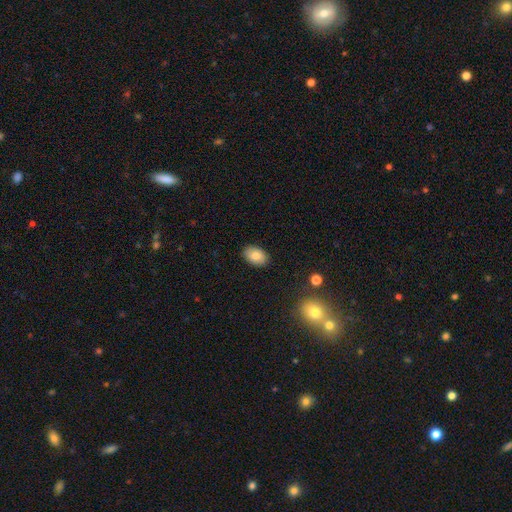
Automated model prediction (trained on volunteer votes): smooth 84%, featured or disk 9%, star or artifact 8%. Down the decision tree: how rounded — in between (88%); merging — none (88%).